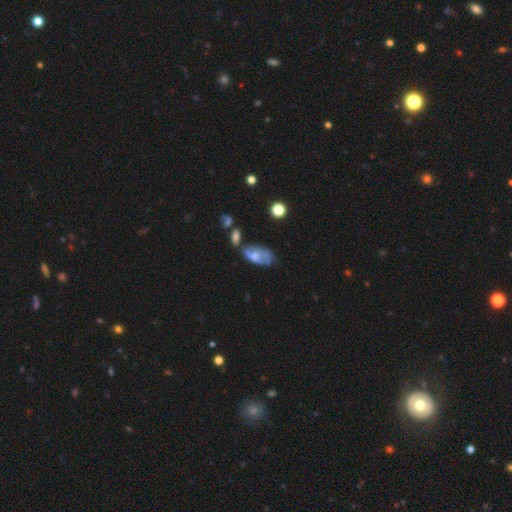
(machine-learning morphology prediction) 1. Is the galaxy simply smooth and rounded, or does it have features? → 51% smooth, 39% featured or disk, 10% star or artifact.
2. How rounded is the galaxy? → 90% in between, 5% cigar-shaped, 4% round.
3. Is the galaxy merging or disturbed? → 34% none, 30% minor disturbance, 21% major disturbance, 15% merger.